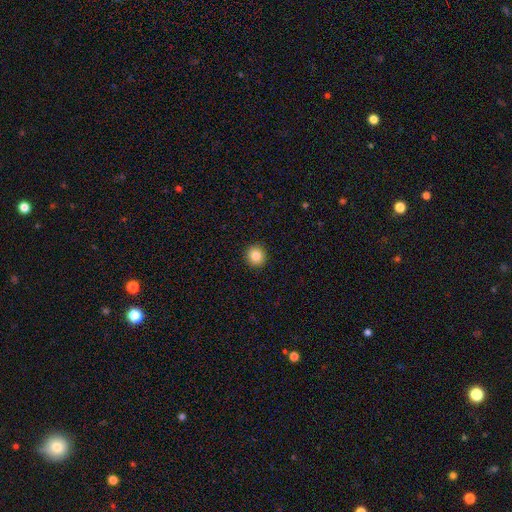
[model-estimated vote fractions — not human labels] The model was most divided on "smooth or featured": smooth: 86%, star or artifact: 10%, featured or disk: 5%. More confident: merging — none (93%); how rounded — round (92%).